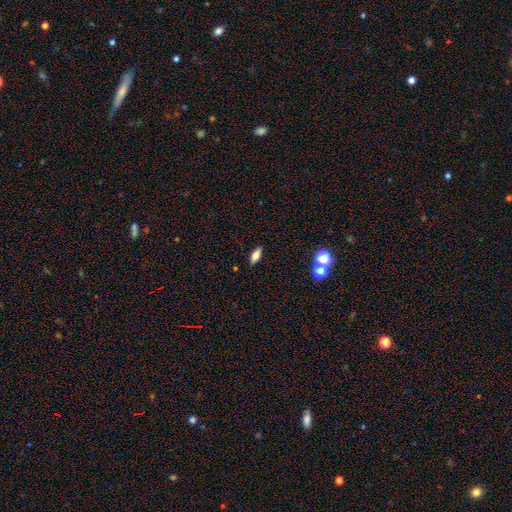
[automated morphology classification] Smooth or featured?
  - smooth: 70% *
  - featured or disk: 20%
  - star or artifact: 10%
How rounded?
  - in between: 76% *
  - cigar-shaped: 20%
  - round: 4%
Merging?
  - none: 88% *
  - minor disturbance: 8%
  - merger: 2%
  - major disturbance: 2%